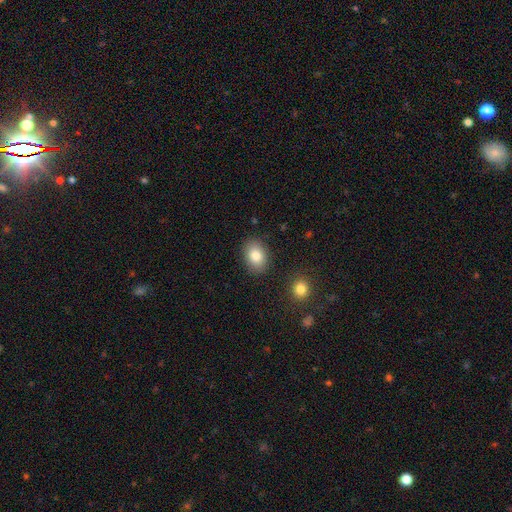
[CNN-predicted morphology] A smooth galaxy with no disk features (83%) that is in between round and cigar-shaped (73%).

Vote fractions:
- Smooth or featured? smooth: 83% / featured or disk: 9% / star or artifact: 8%
- How rounded? in between: 73% / round: 26% / cigar-shaped: 1%
- Merging? none: 86% / minor disturbance: 9% / major disturbance: 3% / merger: 2%